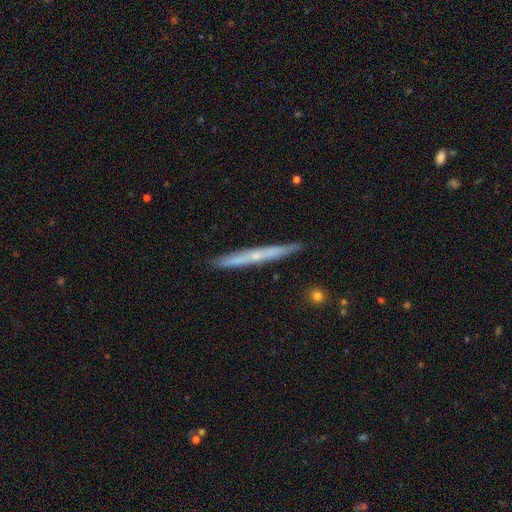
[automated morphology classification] featured or disk 57%, smooth 36%, star or artifact 7%. Down the decision tree: edge-on disk — yes (94%); edge-on bulge — none (63%); merging — none (89%).